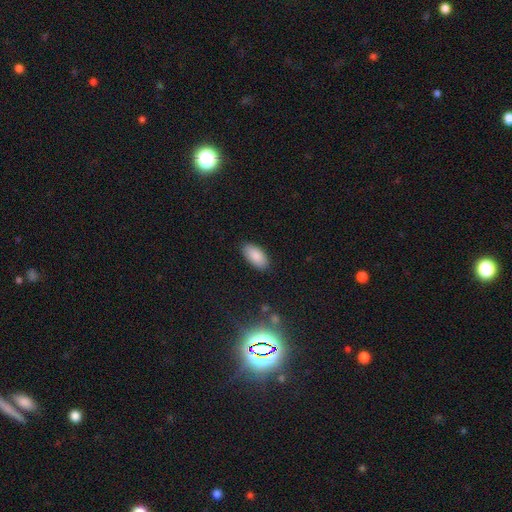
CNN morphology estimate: type=smooth (88%); roundness=in between (93%); merging=none (87%).